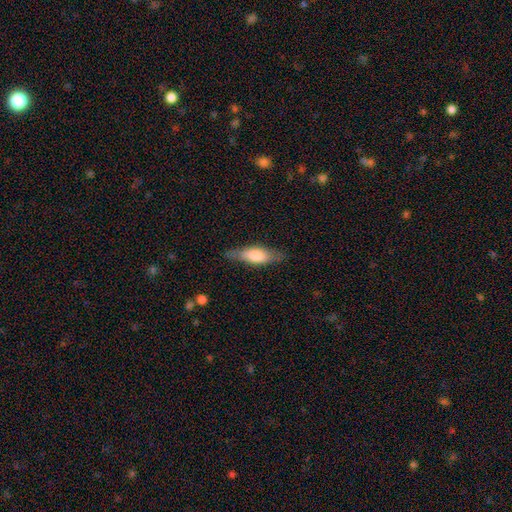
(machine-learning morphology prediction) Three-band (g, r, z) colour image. It shows a smooth galaxy with no disk features (65%) that is in between round and cigar-shaped (52%). Merging: none (77%).